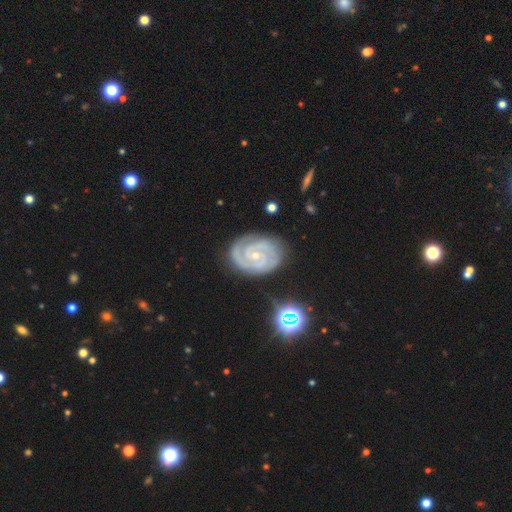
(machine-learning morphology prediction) featured or disk 91%, star or artifact 6%, smooth 3%. Down the decision tree: edge-on disk — no (98%); bar — no (58%); spiral arms — yes (99%); spiral arm count — 2 (73%); spiral winding — tight (74%); bulge size — small (76%); merging — none (81%).